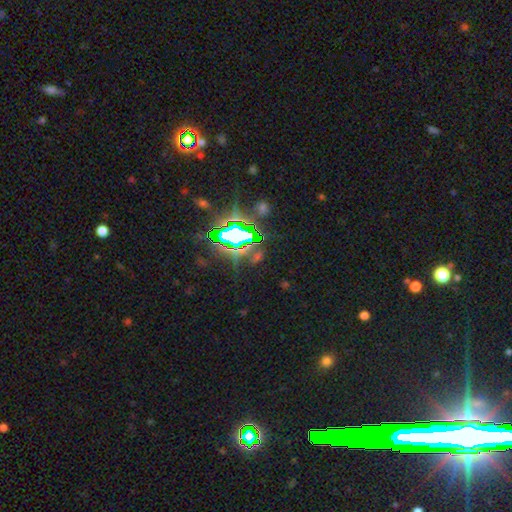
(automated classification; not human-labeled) This is clearly a star or artifact rather than a galaxy (80%).